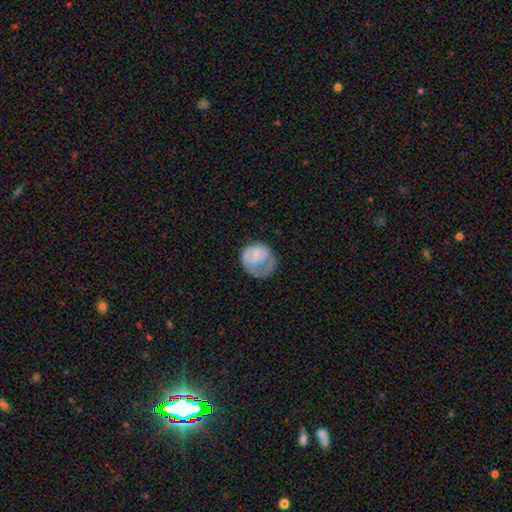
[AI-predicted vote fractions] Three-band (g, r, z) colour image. It shows a smooth galaxy with no disk features (54%) that is round (76%). Merging: none (41%).